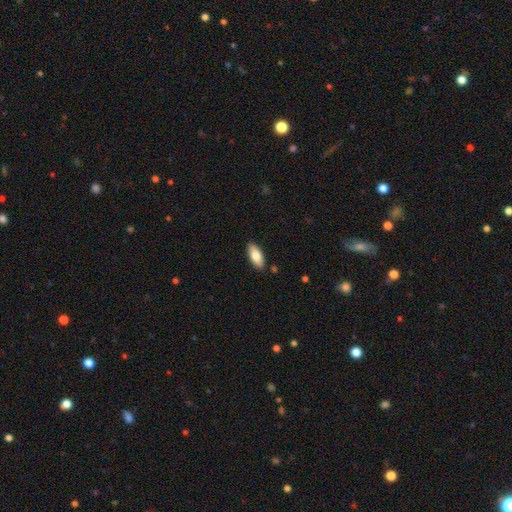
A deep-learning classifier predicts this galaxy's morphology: Overall: smooth (82%). How rounded: in between (85%). Merging: none (88%).